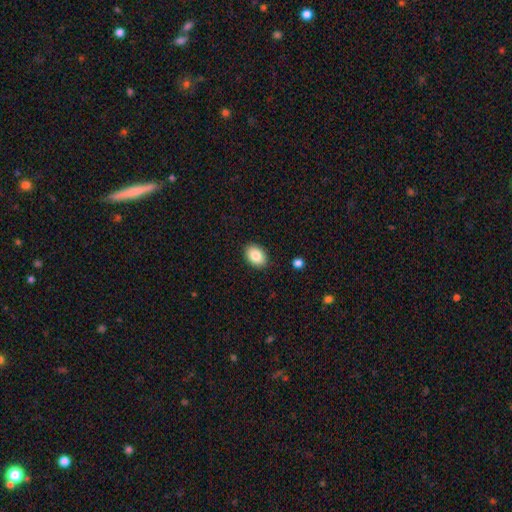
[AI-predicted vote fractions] Smooth or featured? smooth (86%)
How rounded? in between (82%)
Merging? none (88%)